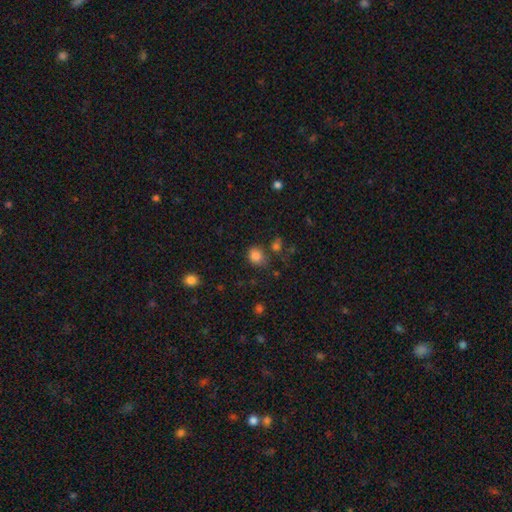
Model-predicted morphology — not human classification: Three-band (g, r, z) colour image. It shows a smooth galaxy with no disk features (83%) that is round (62%). Merging: none (71%).